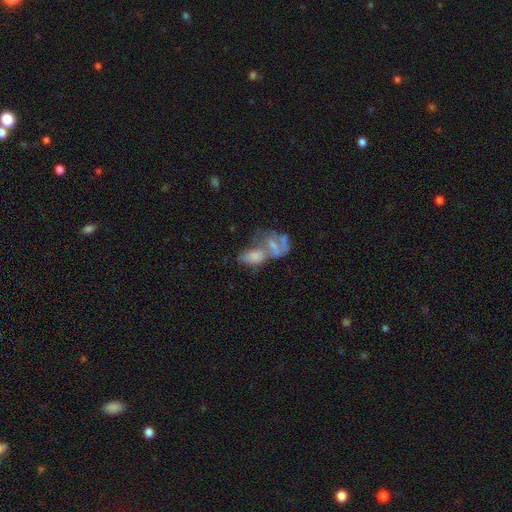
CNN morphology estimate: smooth-or-featured: smooth: 44% | featured or disk: 42% | star or artifact: 14%
  merging: merger: 66% | none: 15% | major disturbance: 10% | minor disturbance: 8%